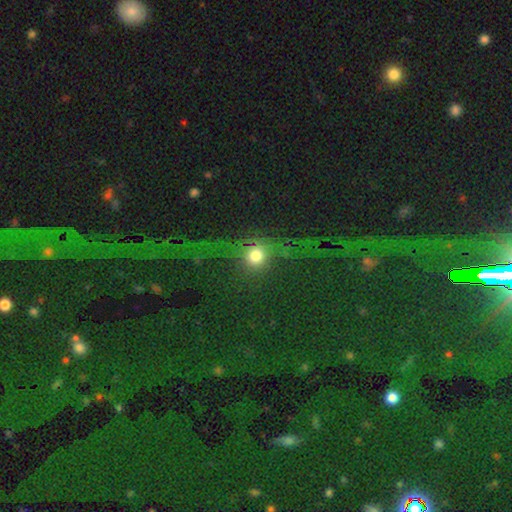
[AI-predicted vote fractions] The model was most divided on "merging": none: 58%, major disturbance: 23%, minor disturbance: 14%, merger: 6%. More confident: how rounded — round (85%); smooth or featured — smooth (62%).